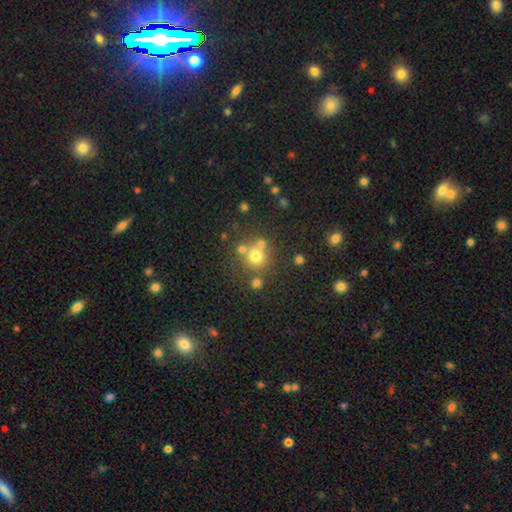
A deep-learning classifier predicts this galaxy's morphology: This is likely a smooth galaxy (69%). How rounded: clearly round (90%). Merging: likely none (65%).